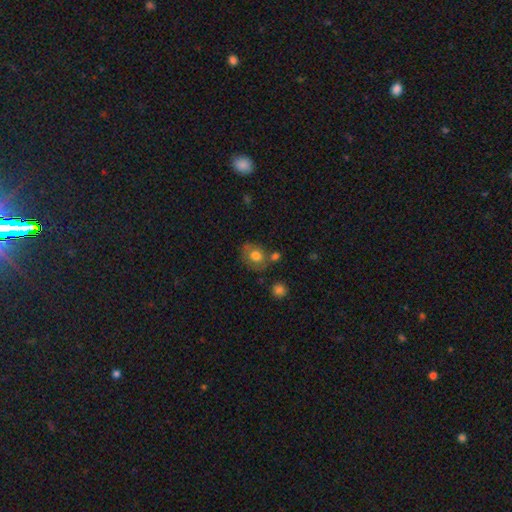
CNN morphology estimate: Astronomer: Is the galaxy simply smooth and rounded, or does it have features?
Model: smooth — 70%.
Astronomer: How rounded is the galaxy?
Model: round — 64%.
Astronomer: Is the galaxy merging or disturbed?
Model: none — 57%.